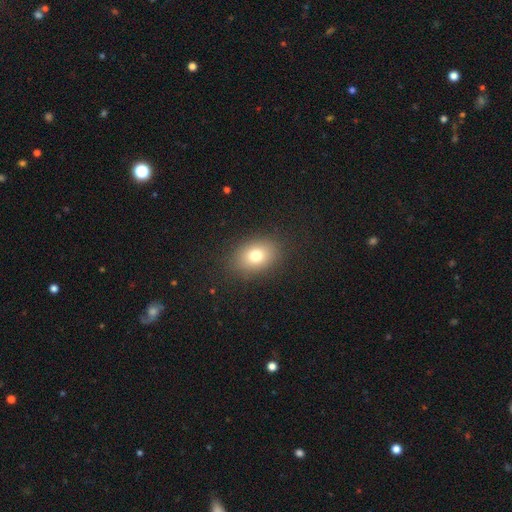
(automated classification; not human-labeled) Overall: smooth (76%). How rounded: in between (71%). Merging: none (86%).